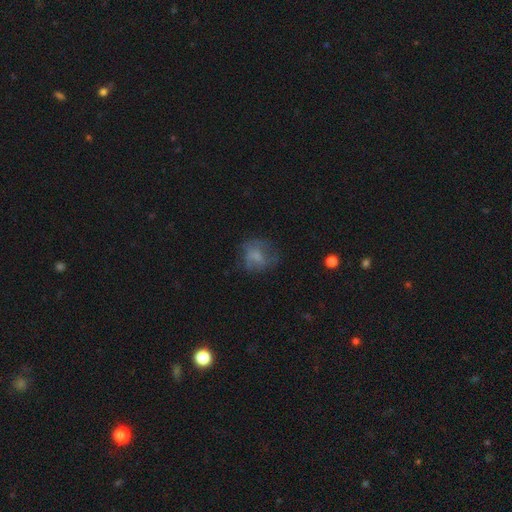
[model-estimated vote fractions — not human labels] Overall: smooth (54%; featured or disk 33%). How rounded: round (66%; in between 32%). Merging: none (53%; major disturbance 22%).